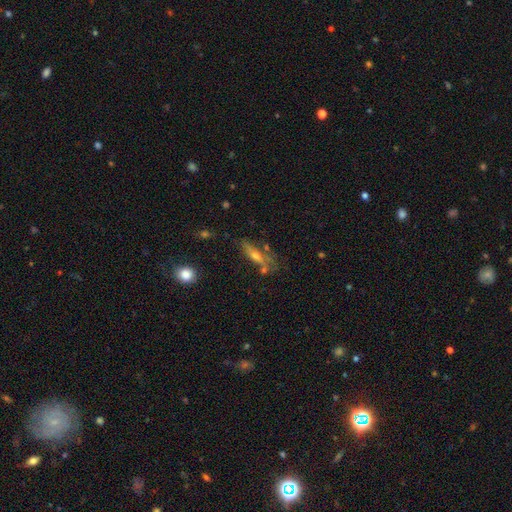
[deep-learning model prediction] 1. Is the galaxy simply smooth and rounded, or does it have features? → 49% featured or disk, 39% smooth, 12% star or artifact.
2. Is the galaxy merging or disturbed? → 52% none, 22% minor disturbance, 13% merger, 13% major disturbance.